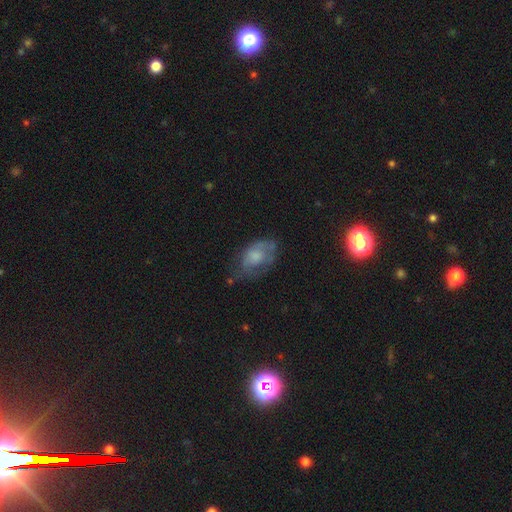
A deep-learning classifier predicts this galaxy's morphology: Smooth or featured?
  - smooth: 50% *
  - featured or disk: 41%
  - star or artifact: 9%
Merging?
  - none: 44% *
  - minor disturbance: 32%
  - major disturbance: 22%
  - merger: 3%